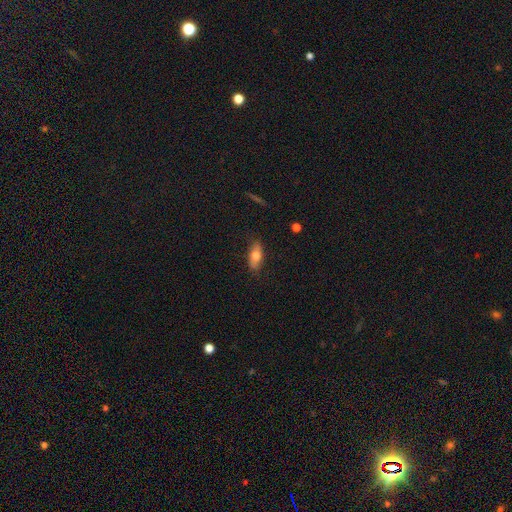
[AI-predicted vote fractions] Q: Smooth or featured?
A: smooth (71%); runner-up: featured or disk (22%)
Q: How rounded?
A: in between (81%); runner-up: cigar-shaped (14%)
Q: Merging?
A: none (81%); runner-up: minor disturbance (15%)